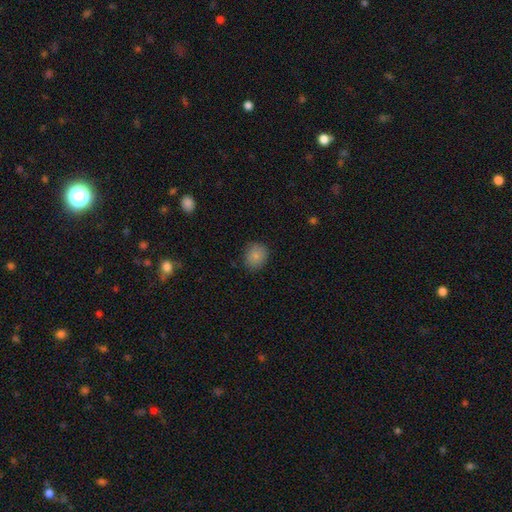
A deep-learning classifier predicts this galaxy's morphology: Q: Smooth or featured?
A: smooth (83%); runner-up: star or artifact (10%)
Q: How rounded?
A: round (72%); runner-up: in between (27%)
Q: Merging?
A: none (85%); runner-up: minor disturbance (11%)